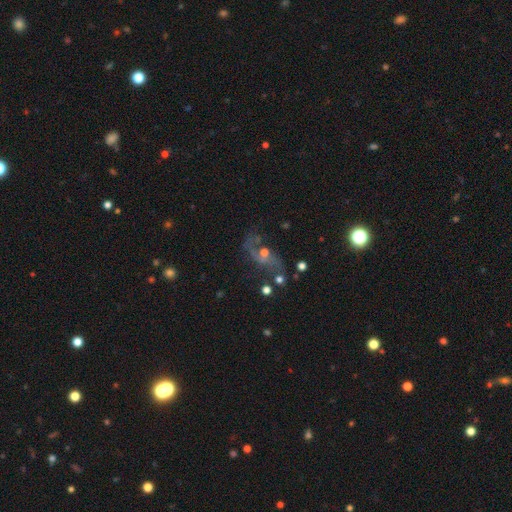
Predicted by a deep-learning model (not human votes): Smooth or featured?
  - featured or disk: 67% *
  - star or artifact: 18%
  - smooth: 15%
Edge-on disk?
  - no: 93% *
  - yes: 7%
Bar?
  - no: 65% *
  - weak: 27%
  - strong: 8%
Spiral arms?
  - yes: 81% *
  - no: 19%
Spiral winding?
  - loose: 61% *
  - medium: 29%
  - tight: 10%
Spiral arm count?
  - 2: 75% *
  - 1: 11%
  - can't tell: 9%
  - 3: 2%
  - 4: 2%
  - more than 4: 2%
Bulge size?
  - moderate: 50% *
  - small: 42%
  - large: 4%
  - none: 3%
  - dominant: 2%
Merging?
  - none: 57% *
  - major disturbance: 18%
  - minor disturbance: 17%
  - merger: 8%